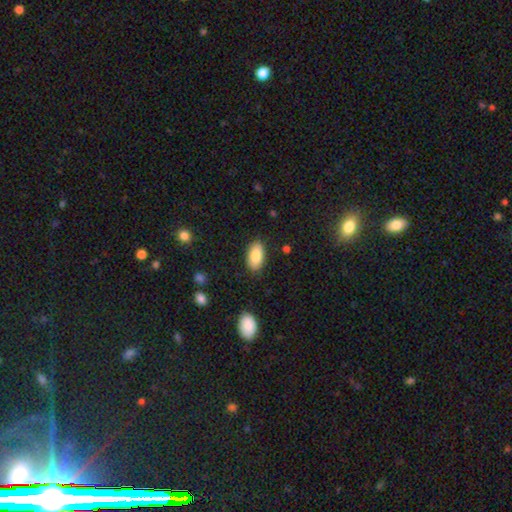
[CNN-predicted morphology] Smooth or featured: smooth — 82% (featured or disk — 12%)
How rounded: in between — 94% (round — 4%)
Merging: none — 85% (minor disturbance — 11%)